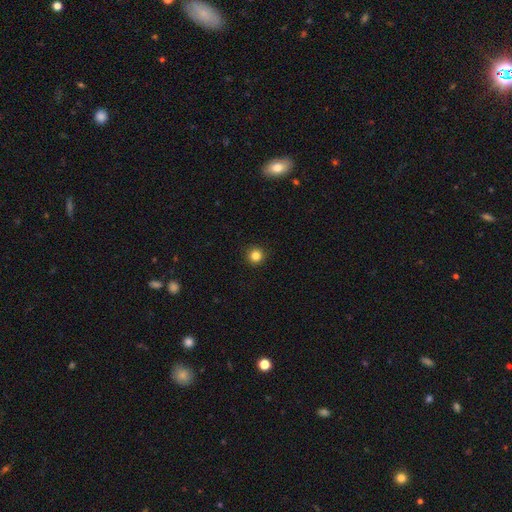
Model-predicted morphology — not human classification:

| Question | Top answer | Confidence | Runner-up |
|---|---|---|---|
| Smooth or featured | smooth | 83% | star or artifact (12%) |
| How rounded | round | 96% | in between (3%) |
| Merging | none | 93% | minor disturbance (4%) |